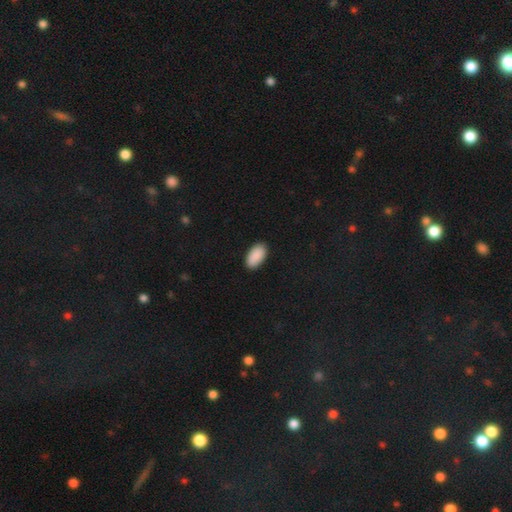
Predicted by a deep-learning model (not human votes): Smooth or featured? Predicted: smooth (p=0.91). How rounded? Predicted: in between (p=0.95). Merging? Predicted: none (p=0.89).